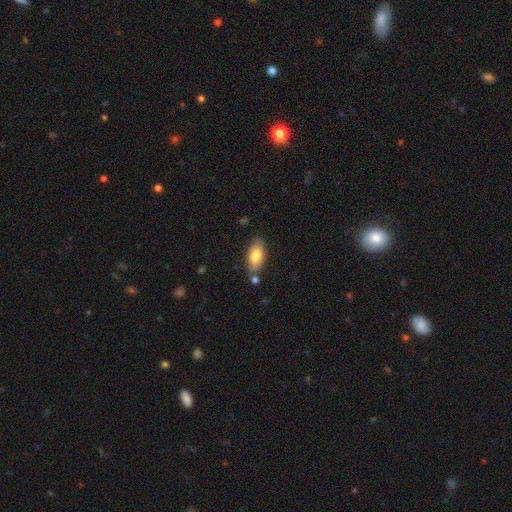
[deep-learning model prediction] Smooth or featured: smooth — 81% (featured or disk — 13%)
How rounded: in between — 88% (cigar-shaped — 9%)
Merging: none — 75% (minor disturbance — 15%)